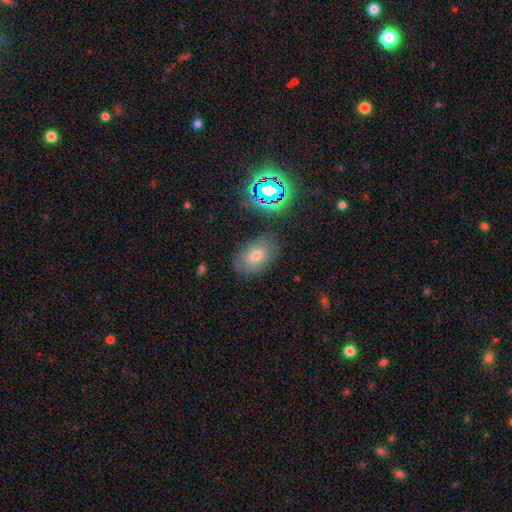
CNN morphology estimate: A smooth galaxy with no disk features (64%) that is in between round and cigar-shaped (83%).

Vote fractions:
- Smooth or featured? smooth: 64% / featured or disk: 18% / star or artifact: 18%
- How rounded? in between: 83% / round: 16% / cigar-shaped: 1%
- Merging? none: 80% / minor disturbance: 14% / major disturbance: 4% / merger: 2%